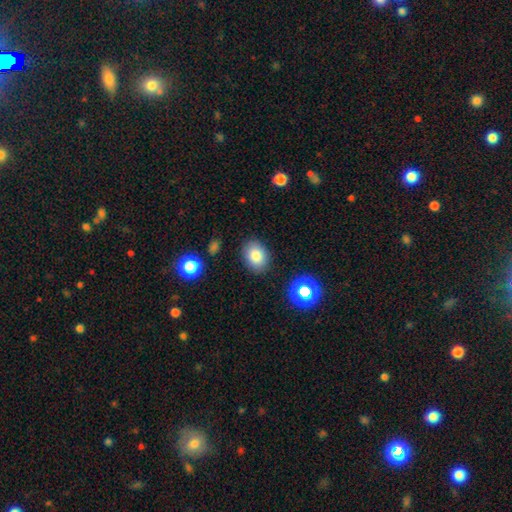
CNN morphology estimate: This appears to be a smooth galaxy with no disk features (82%) that is in between round and cigar-shaped (72%). Merging: none (86%).